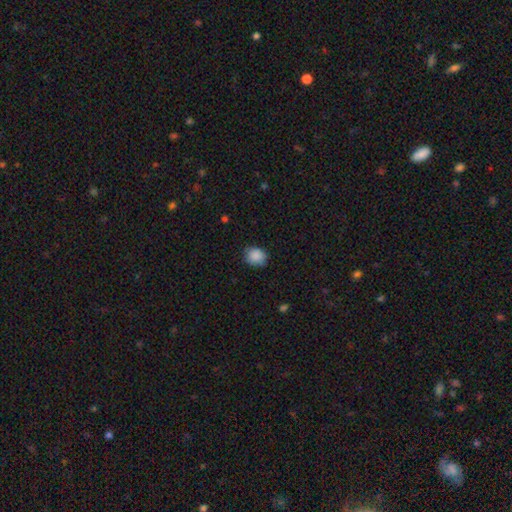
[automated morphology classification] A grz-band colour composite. It shows a smooth galaxy with no disk features (88%) that is round (71%). Merging: none (81%).